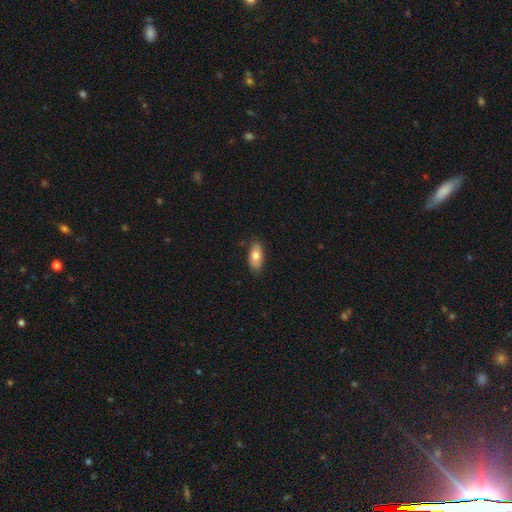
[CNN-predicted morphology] This appears to be a smooth galaxy with no disk features (77%) that is in between round and cigar-shaped (89%). Merging: none (80%).